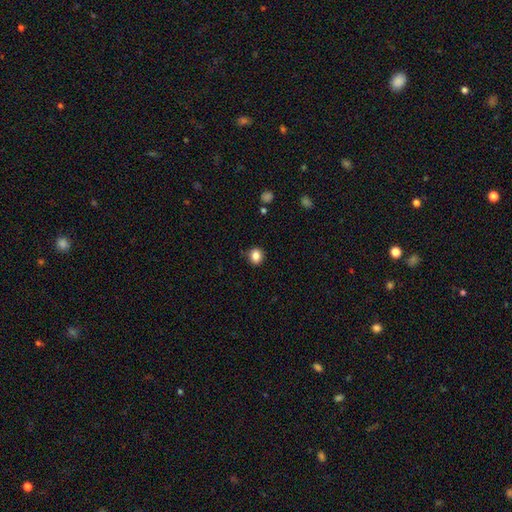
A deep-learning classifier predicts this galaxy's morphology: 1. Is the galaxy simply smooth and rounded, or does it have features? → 85% smooth, 10% star or artifact, 5% featured or disk.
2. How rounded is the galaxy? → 69% round, 30% in between, 1% cigar-shaped.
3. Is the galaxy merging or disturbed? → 86% none, 10% minor disturbance, 2% major disturbance, 1% merger.